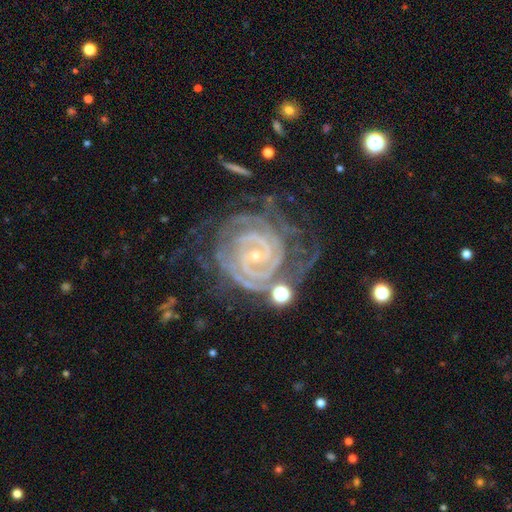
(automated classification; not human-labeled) Smooth or featured?
  - featured or disk: 92% *
  - star or artifact: 5%
  - smooth: 3%
Edge-on disk?
  - no: 98% *
  - yes: 2%
Bar?
  - no: 50% *
  - weak: 31%
  - strong: 19%
Spiral arms?
  - yes: 98% *
  - no: 2%
Spiral winding?
  - tight: 83% *
  - medium: 14%
  - loose: 2%
Spiral arm count?
  - 2: 33% *
  - 3: 20%
  - can't tell: 16%
  - 4: 16%
  - more than 4: 9%
  - 1: 6%
Bulge size?
  - small: 83% *
  - moderate: 13%
  - none: 2%
  - large: 1%
  - dominant: 1%
Merging?
  - none: 56% *
  - minor disturbance: 24%
  - major disturbance: 15%
  - merger: 5%